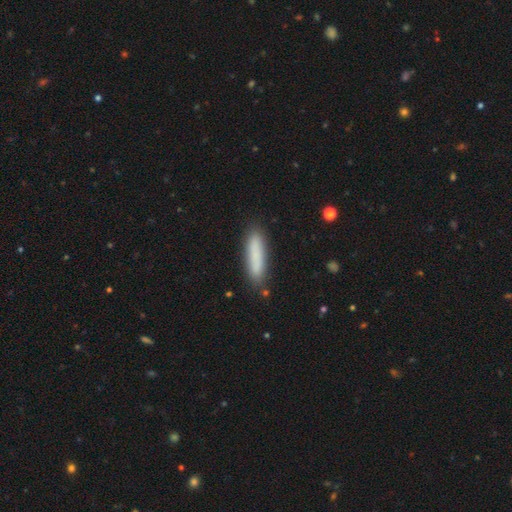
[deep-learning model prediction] The model was most divided on "how rounded": cigar-shaped: 79%, in between: 20%, round: 1%. More confident: merging — none (85%); smooth or featured — smooth (82%).